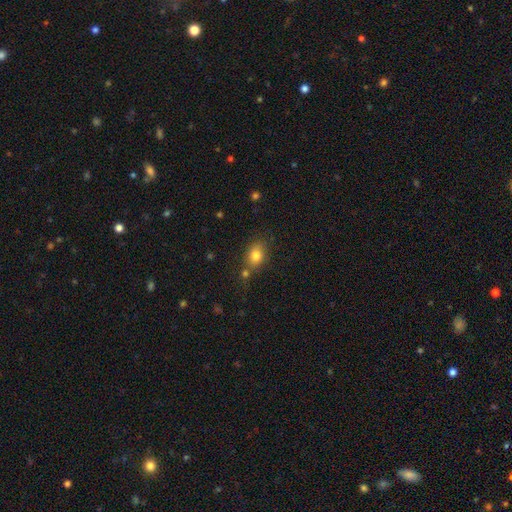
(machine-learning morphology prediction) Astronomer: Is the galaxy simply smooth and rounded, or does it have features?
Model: smooth — 80%.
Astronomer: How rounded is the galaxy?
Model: in between — 66%.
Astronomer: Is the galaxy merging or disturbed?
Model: none — 66%.